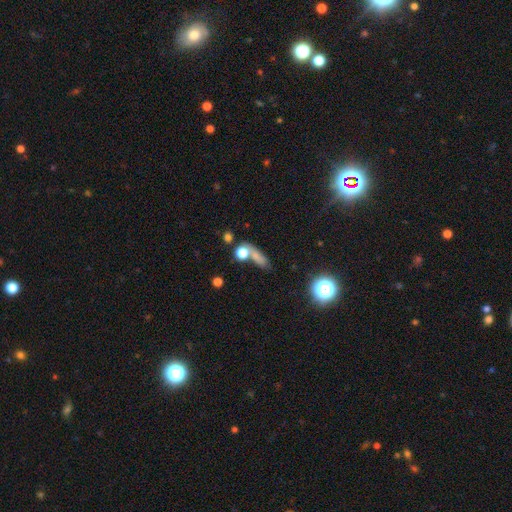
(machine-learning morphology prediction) A smooth galaxy with no disk features (68%) that is in between round and cigar-shaped (35%). Merging: none (49%).